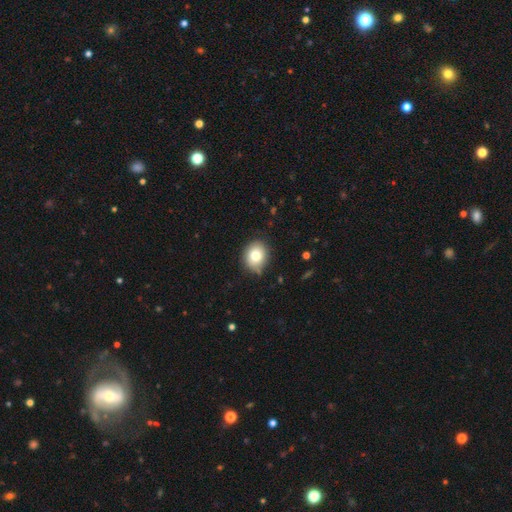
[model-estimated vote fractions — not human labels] Q: Smooth or featured?
A: smooth (78%); runner-up: featured or disk (12%)
Q: How rounded?
A: round (68%); runner-up: in between (31%)
Q: Merging?
A: none (80%); runner-up: minor disturbance (15%)